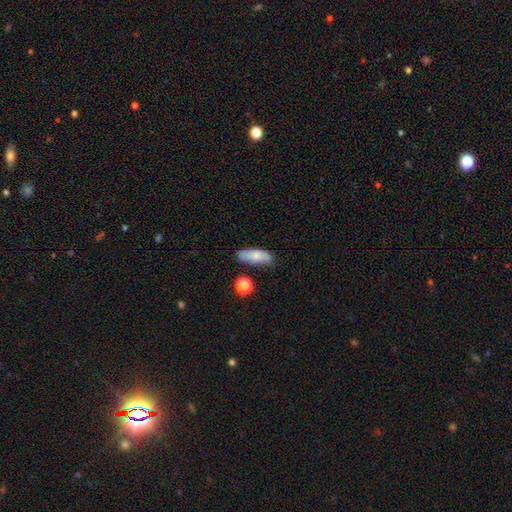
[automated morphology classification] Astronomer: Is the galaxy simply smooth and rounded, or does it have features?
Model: smooth — 77%.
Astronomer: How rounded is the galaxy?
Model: in between — 71%.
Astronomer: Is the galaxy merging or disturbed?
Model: none — 69%.